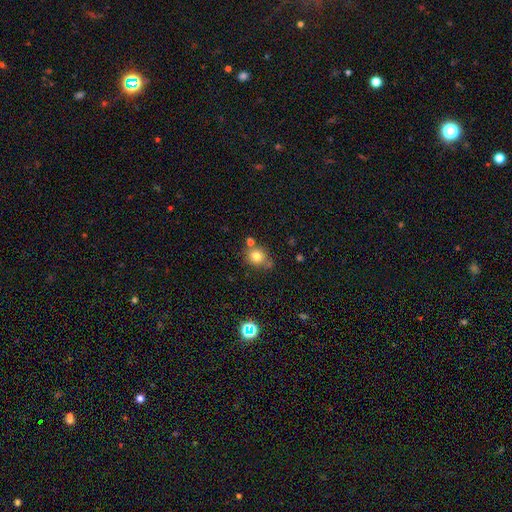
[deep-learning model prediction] Smooth or featured: smooth — 78% (star or artifact — 13%)
How rounded: round — 75% (in between — 24%)
Merging: none — 65% (merger — 16%)